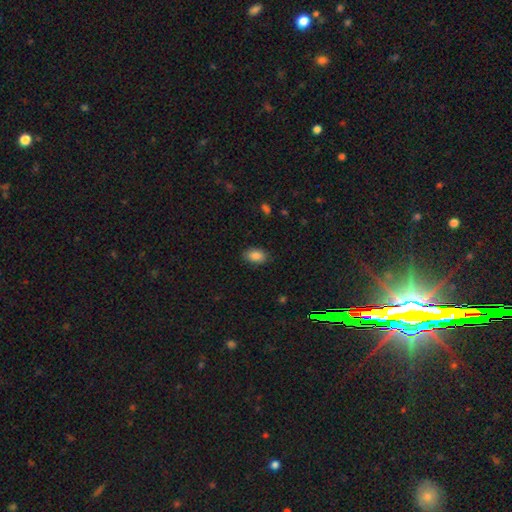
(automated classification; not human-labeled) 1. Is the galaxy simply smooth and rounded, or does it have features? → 87% smooth, 8% star or artifact, 5% featured or disk.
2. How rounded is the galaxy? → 89% in between, 10% round, 2% cigar-shaped.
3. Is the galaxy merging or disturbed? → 86% none, 11% minor disturbance, 2% major disturbance, 1% merger.